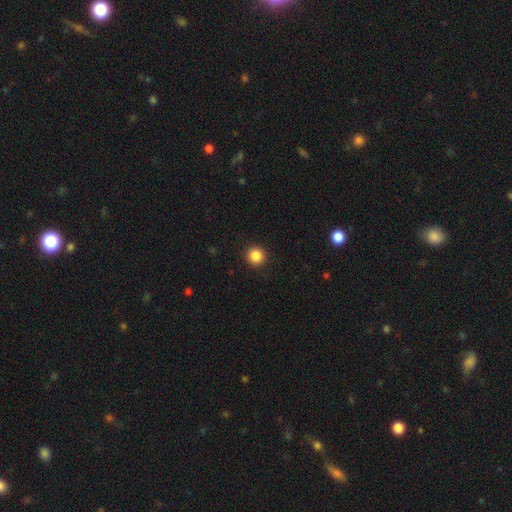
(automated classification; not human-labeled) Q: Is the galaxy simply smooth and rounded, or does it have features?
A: smooth — 86%.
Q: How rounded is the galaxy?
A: round — 95%.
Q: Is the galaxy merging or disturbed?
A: none — 93%.